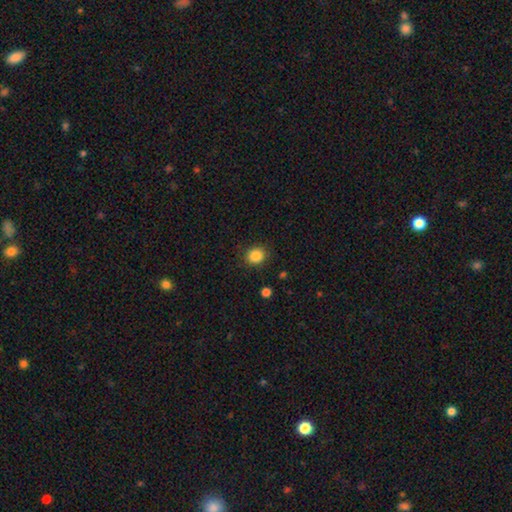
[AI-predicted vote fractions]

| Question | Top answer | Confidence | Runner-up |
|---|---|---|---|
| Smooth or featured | smooth | 86% | star or artifact (10%) |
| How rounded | round | 73% | in between (26%) |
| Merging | none | 86% | minor disturbance (9%) |